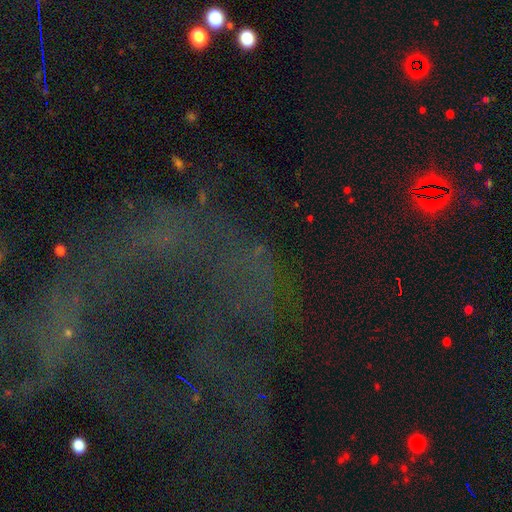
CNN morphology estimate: Smooth or featured: star or artifact — 66% (featured or disk — 20%)